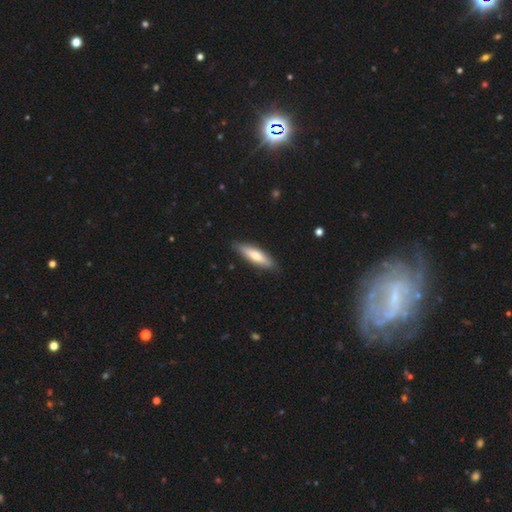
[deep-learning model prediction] This appears to be a smooth galaxy with no disk features (66%) that is cigar-shaped (66%). Merging: none (86%).